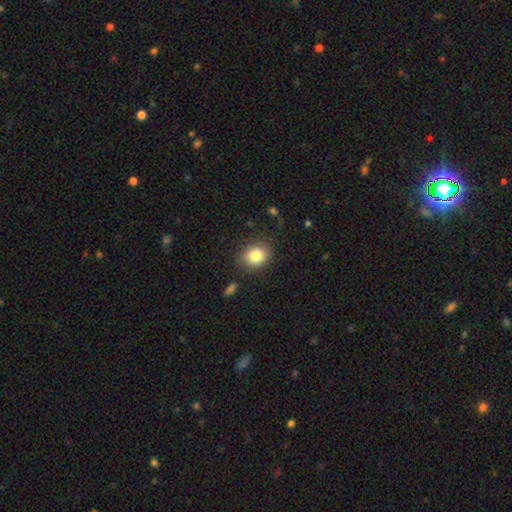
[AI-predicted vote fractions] This appears to be a smooth galaxy with no disk features (84%) that is round (61%). Merging: none (85%).